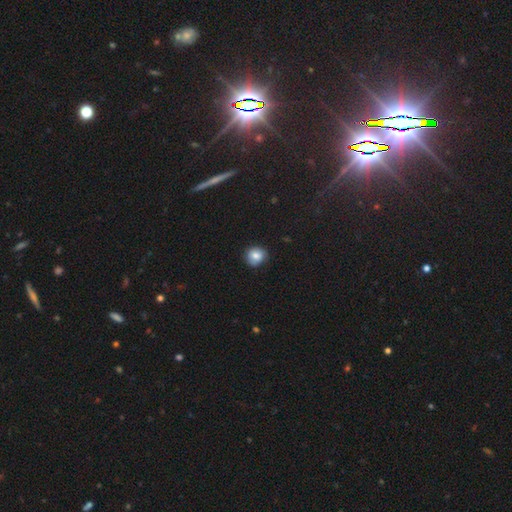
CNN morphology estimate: Q: Smooth or featured?
A: smooth (79%); runner-up: featured or disk (11%)
Q: How rounded?
A: round (84%); runner-up: in between (15%)
Q: Merging?
A: none (83%); runner-up: minor disturbance (13%)